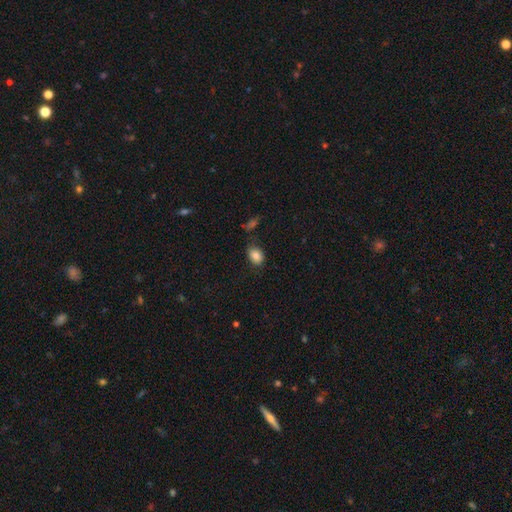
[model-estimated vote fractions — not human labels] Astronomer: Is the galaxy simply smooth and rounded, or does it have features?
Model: smooth — 85%.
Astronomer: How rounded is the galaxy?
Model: in between — 70%.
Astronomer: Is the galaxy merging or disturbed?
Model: none — 74%.